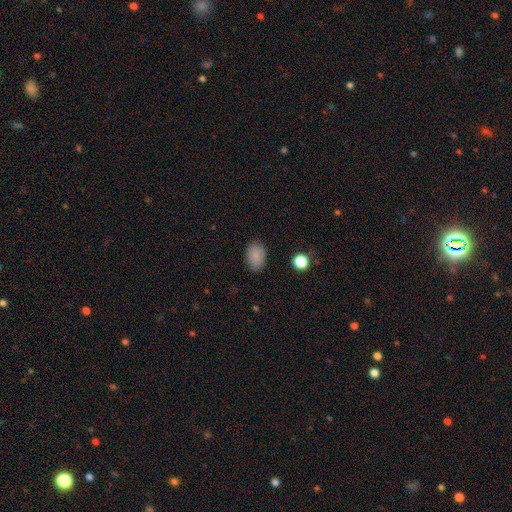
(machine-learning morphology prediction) Q: Smooth or featured?
A: smooth (86%); runner-up: star or artifact (9%)
Q: How rounded?
A: in between (79%); runner-up: round (20%)
Q: Merging?
A: none (84%); runner-up: minor disturbance (12%)